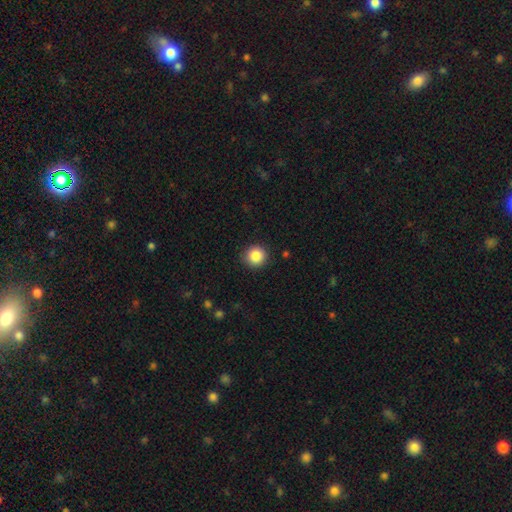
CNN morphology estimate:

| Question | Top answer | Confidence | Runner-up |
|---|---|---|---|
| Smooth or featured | smooth | 86% | star or artifact (9%) |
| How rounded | round | 93% | in between (6%) |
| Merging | none | 90% | minor disturbance (7%) |